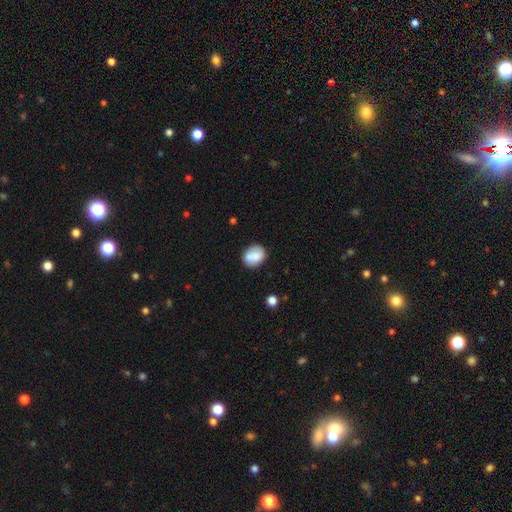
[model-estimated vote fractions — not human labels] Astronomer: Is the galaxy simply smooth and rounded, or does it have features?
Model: smooth — 73%.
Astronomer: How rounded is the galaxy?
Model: round — 51% (runner-up: in between, 48%).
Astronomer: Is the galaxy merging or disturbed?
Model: none — 57%.